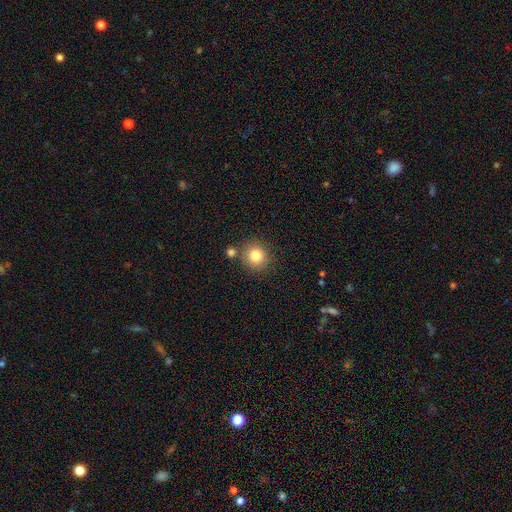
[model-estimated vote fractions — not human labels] smooth_or_featured: smooth (p=0.82) [alt: star or artifact p=0.11]
how_rounded: round (p=0.91) [alt: in between p=0.08]
merging: none (p=0.78) [alt: merger p=0.10]